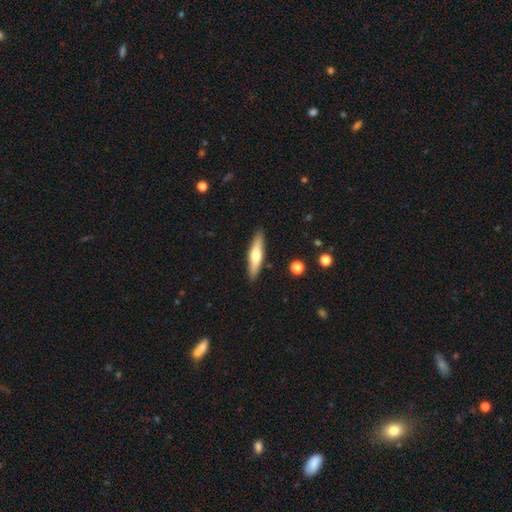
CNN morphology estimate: This is possibly a smooth galaxy (53%). How rounded: likely cigar-shaped (76%). Merging: clearly none (89%).